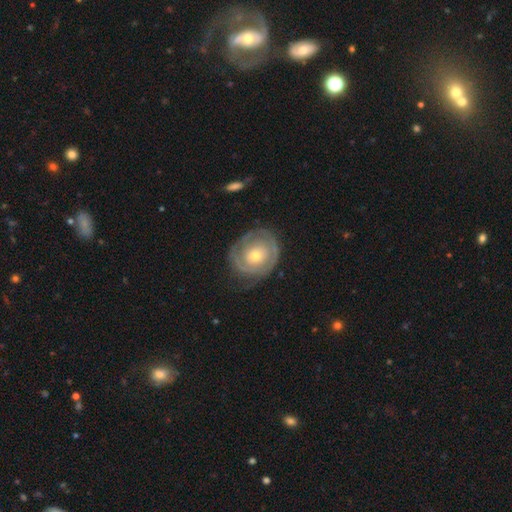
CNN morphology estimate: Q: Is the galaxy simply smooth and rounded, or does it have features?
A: featured or disk — 77%.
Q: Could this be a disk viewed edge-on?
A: no — 97%.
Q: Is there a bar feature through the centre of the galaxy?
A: no — 82%.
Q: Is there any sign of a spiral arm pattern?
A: yes — 81%.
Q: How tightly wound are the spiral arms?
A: tight — 75%.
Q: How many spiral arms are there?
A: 2 — 37%.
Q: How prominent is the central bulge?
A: small — 48%.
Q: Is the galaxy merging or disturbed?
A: none — 73%.